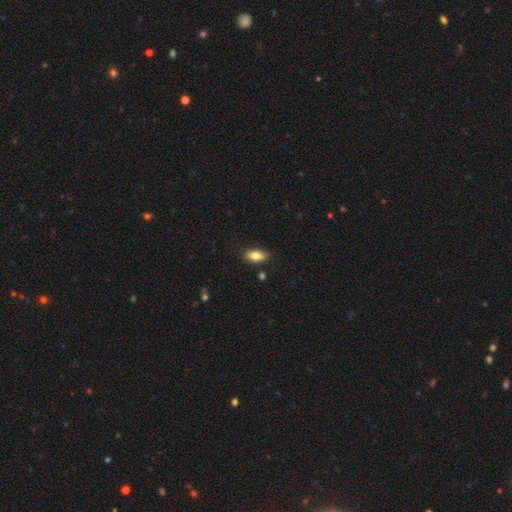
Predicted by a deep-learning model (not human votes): Smooth or featured: smooth — 78% (featured or disk — 15%)
How rounded: in between — 83% (cigar-shaped — 14%)
Merging: none — 86% (minor disturbance — 10%)